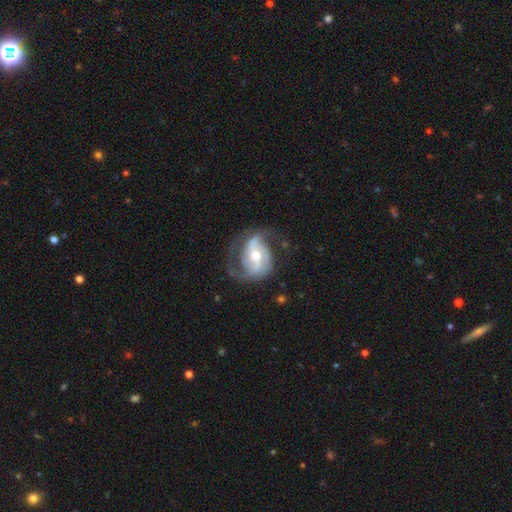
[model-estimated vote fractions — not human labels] smooth_or_featured: featured or disk (p=0.85) [alt: smooth p=0.09]
disk_edge_on: no (p=0.97) [alt: yes p=0.03]
bar: weak (p=0.38) [alt: no p=0.37]
has_spiral_arms: yes (p=0.95) [alt: no p=0.05]
spiral_winding: medium (p=0.47) [alt: loose p=0.29]
spiral_arm_count: 2 (p=0.64) [alt: 3 p=0.17]
bulge_size: moderate (p=0.64) [alt: small p=0.31]
merging: none (p=0.60) [alt: minor disturbance p=0.21]